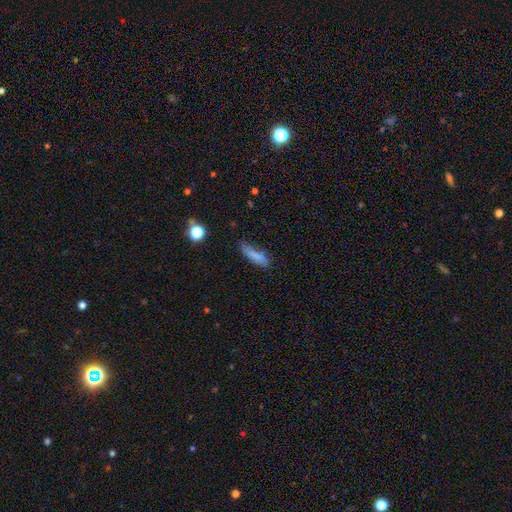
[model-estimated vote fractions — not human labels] A smooth galaxy with no disk features (79%) that is cigar-shaped (67%). Merging: none (65%).